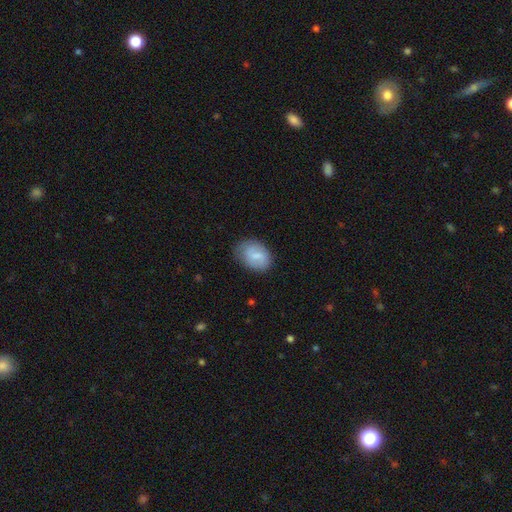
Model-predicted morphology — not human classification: A smooth galaxy with no disk features (73%) that is in between round and cigar-shaped (80%). Merging: none (67%).